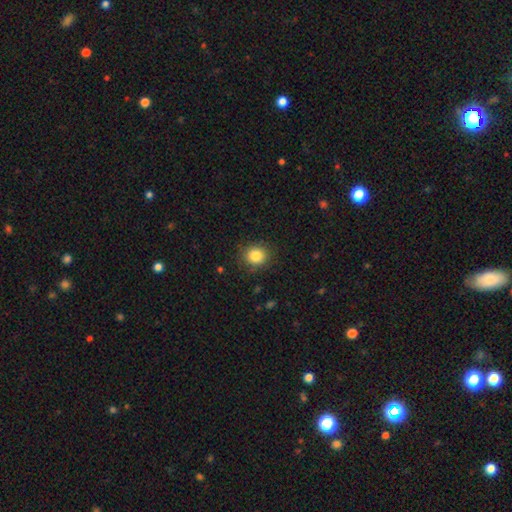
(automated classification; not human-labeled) This is clearly a smooth galaxy (84%). How rounded: clearly round (83%). Merging: clearly none (87%).